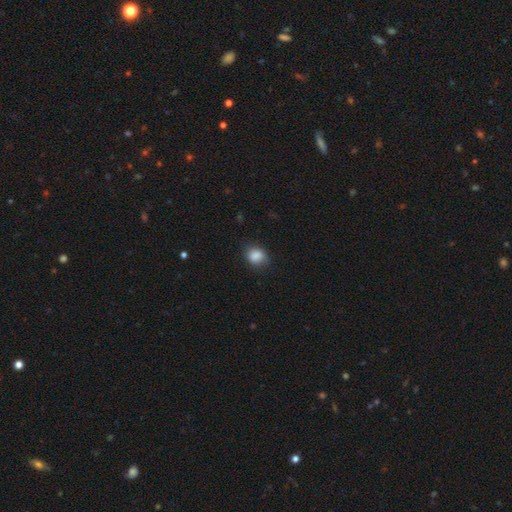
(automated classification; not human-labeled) Q: Smooth or featured?
A: smooth (85%); runner-up: star or artifact (9%)
Q: How rounded?
A: round (53%); runner-up: in between (46%)
Q: Merging?
A: none (73%); runner-up: minor disturbance (21%)